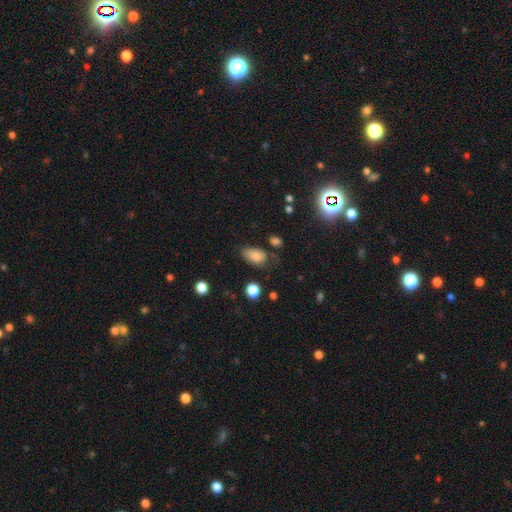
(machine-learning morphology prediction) smooth 81%, star or artifact 11%, featured or disk 8%. Down the decision tree: how rounded — in between (91%); merging — none (56%).